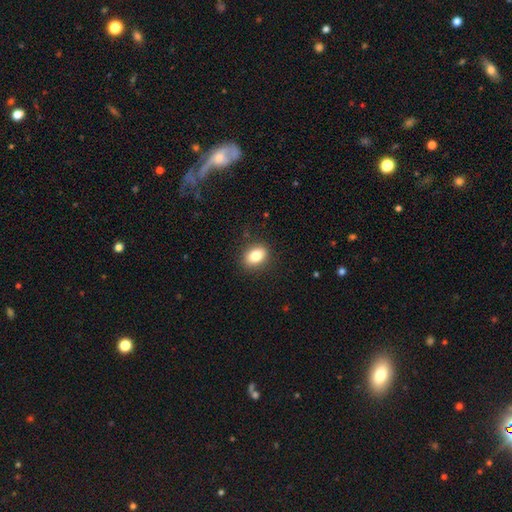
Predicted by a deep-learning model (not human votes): The model was most divided on "how rounded": in between: 74%, round: 25%, cigar-shaped: 1%. More confident: merging — none (88%); smooth or featured — smooth (83%).